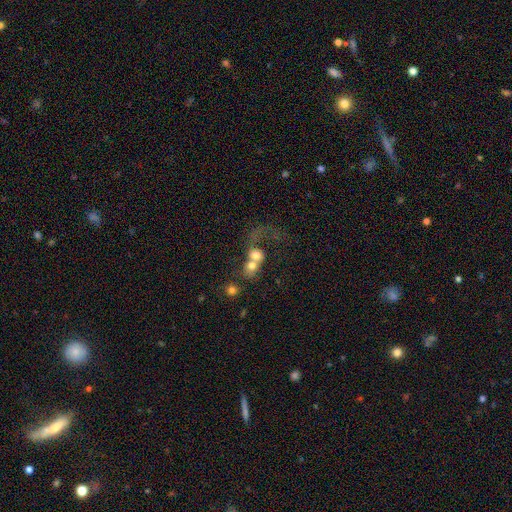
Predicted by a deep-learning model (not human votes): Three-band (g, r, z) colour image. It shows a smooth galaxy with no disk features (58%) that is round (65%). Merging: merger (73%).